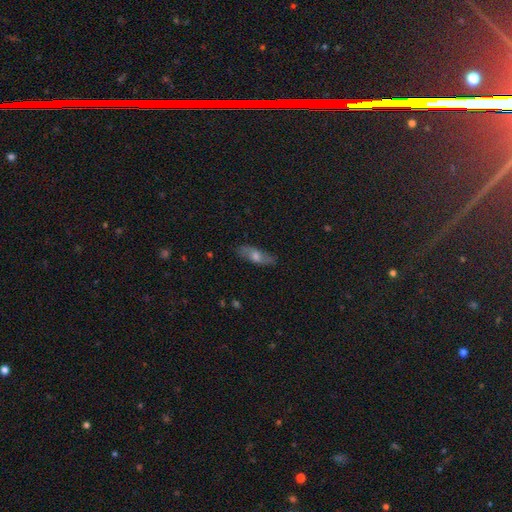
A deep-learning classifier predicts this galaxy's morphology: Smooth or featured? Predicted: smooth (p=0.51). How rounded? Predicted: in between (p=0.55). Merging? Predicted: none (p=0.84).